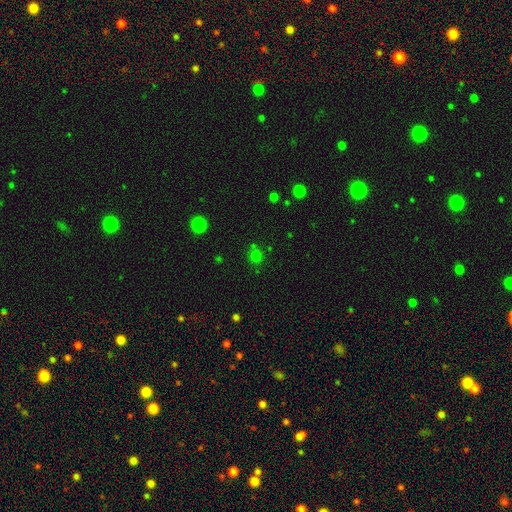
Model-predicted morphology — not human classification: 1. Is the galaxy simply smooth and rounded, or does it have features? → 68% smooth, 27% star or artifact, 5% featured or disk.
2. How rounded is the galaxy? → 90% round, 9% in between, 1% cigar-shaped.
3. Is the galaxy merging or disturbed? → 79% none, 10% minor disturbance, 7% merger, 4% major disturbance.